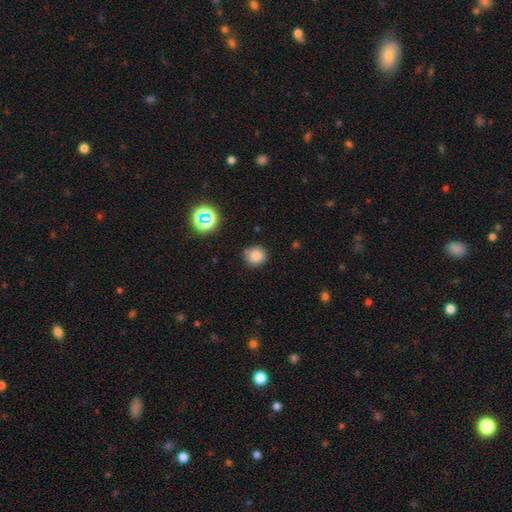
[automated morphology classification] smooth 81%, star or artifact 13%, featured or disk 5%. Down the decision tree: how rounded — round (86%); merging — none (80%).